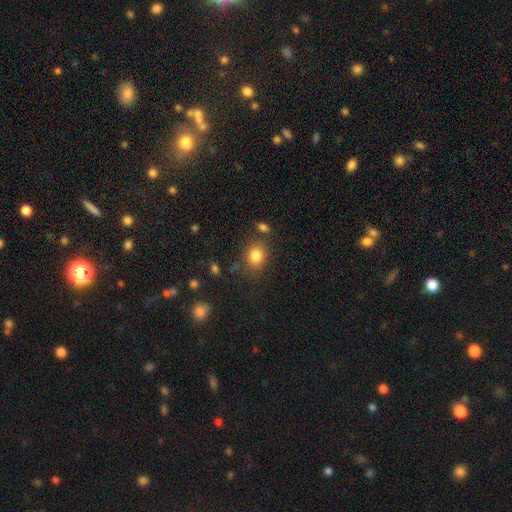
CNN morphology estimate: smooth_or_featured: smooth (p=0.83) [alt: star or artifact p=0.11]
how_rounded: round (p=0.55) [alt: in between p=0.44]
merging: none (p=0.74) [alt: minor disturbance p=0.14]